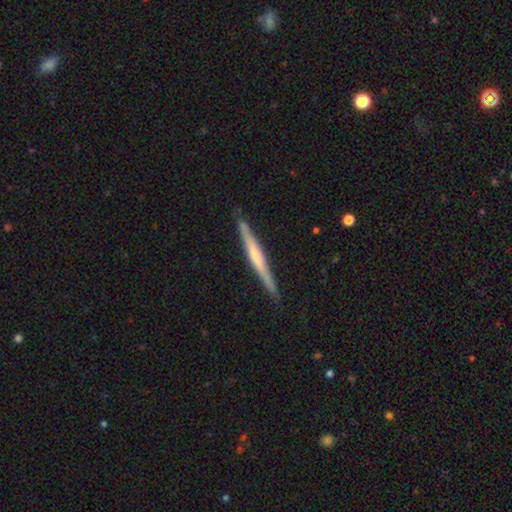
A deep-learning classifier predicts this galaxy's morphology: type=featured or disk (60%); edge-on=yes (98%); edge-on bulge=none (47%); merging=none (88%).